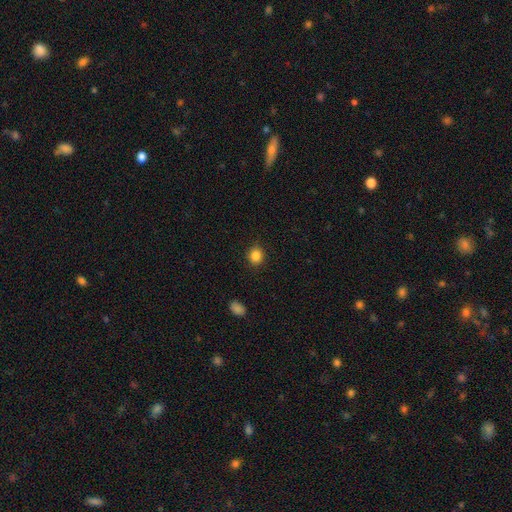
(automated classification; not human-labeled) smooth 85%, star or artifact 11%, featured or disk 4%. Down the decision tree: how rounded — round (83%); merging — none (90%).